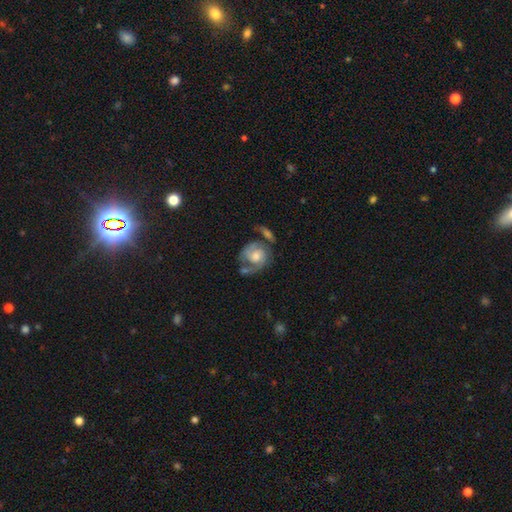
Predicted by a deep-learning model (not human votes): Smooth or featured: featured or disk — 76% (smooth — 18%)
Edge-on disk: no — 97% (yes — 3%)
Bar: no — 70% (weak — 25%)
Spiral arms: yes — 91% (no — 9%)
Spiral winding: tight — 44% (medium — 42%)
Spiral arm count: 2 — 76% (can't tell — 10%)
Bulge size: moderate — 56% (small — 20%)
Merging: none — 45% (minor disturbance — 21%)